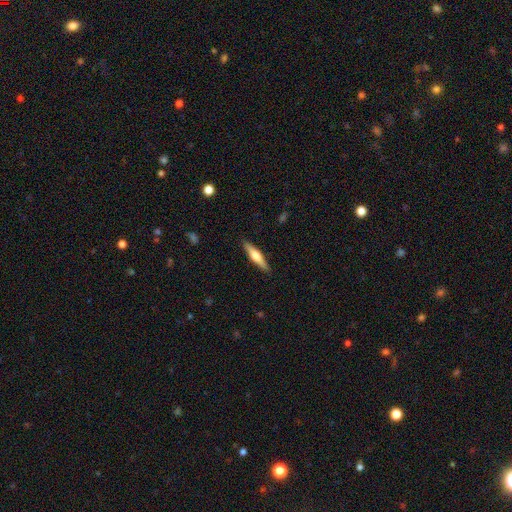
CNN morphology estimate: smooth-or-featured: featured or disk: 56% | smooth: 38% | star or artifact: 6%
  disk-edge-on: yes: 97% | no: 3%
    edge-on-bulge: rounded: 87% | boxy: 9% | none: 4%
  merging: none: 90% | minor disturbance: 8% | major disturbance: 2% | merger: 1%